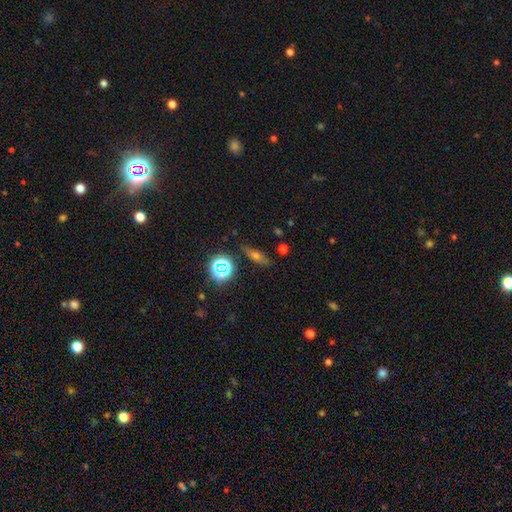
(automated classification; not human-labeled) smooth-or-featured: smooth: 44% | featured or disk: 31% | star or artifact: 25%
  merging: none: 80% | minor disturbance: 13% | major disturbance: 4% | merger: 3%